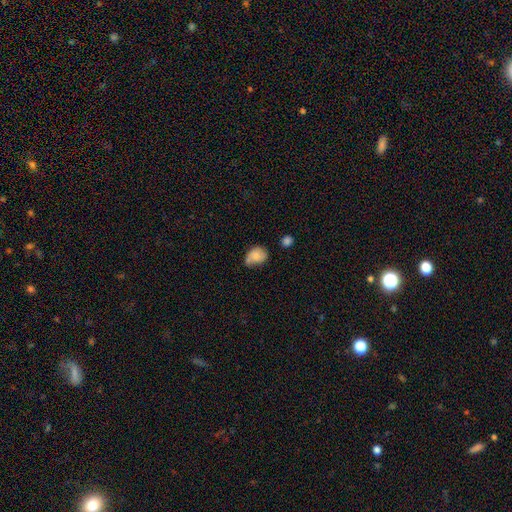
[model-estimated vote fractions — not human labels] smooth_or_featured: smooth (p=0.67) [alt: featured or disk p=0.24]
how_rounded: in between (p=0.67) [alt: round p=0.32]
merging: none (p=0.42) [alt: minor disturbance p=0.39]